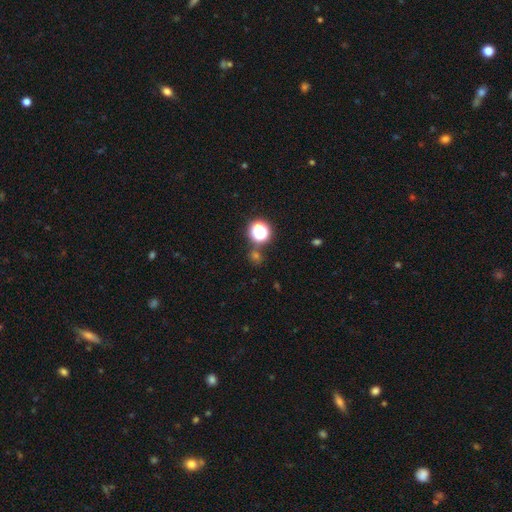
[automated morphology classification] Smooth or featured: star or artifact — 50% (smooth — 42%)